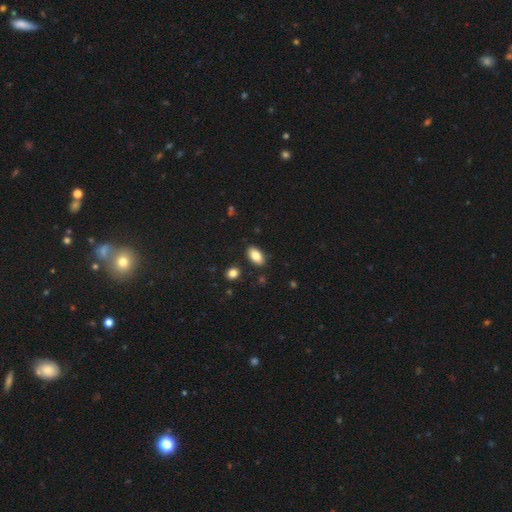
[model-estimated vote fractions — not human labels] Overall: smooth (84%). How rounded: in between (93%). Merging: none (87%).